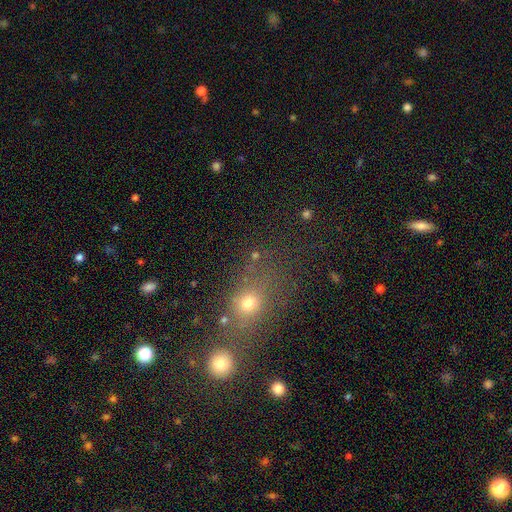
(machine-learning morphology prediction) smooth-or-featured: smooth: 55% | star or artifact: 32% | featured or disk: 13%
  how-rounded: round: 57% | in between: 38% | cigar-shaped: 5%
  merging: none: 64% | merger: 14% | minor disturbance: 13% | major disturbance: 9%